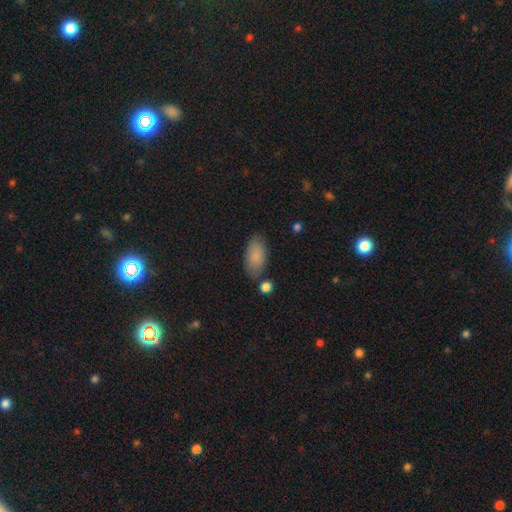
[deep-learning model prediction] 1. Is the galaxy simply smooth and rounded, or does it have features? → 86% smooth, 7% featured or disk, 7% star or artifact.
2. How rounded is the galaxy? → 93% in between, 4% cigar-shaped, 3% round.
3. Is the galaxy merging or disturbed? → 76% none, 15% minor disturbance, 5% merger, 4% major disturbance.